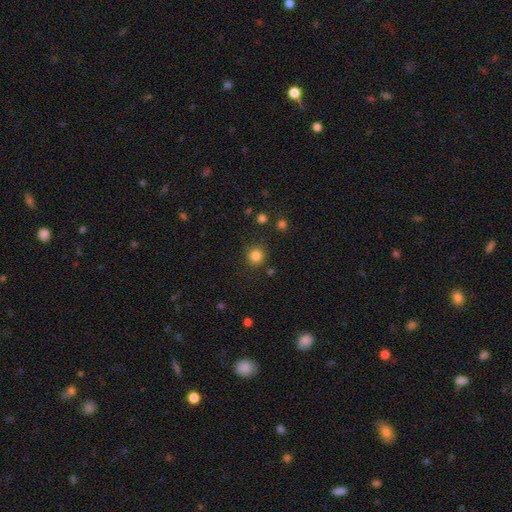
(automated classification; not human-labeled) Morphology: type=smooth (83%); roundness=round (92%); merging=none (86%).